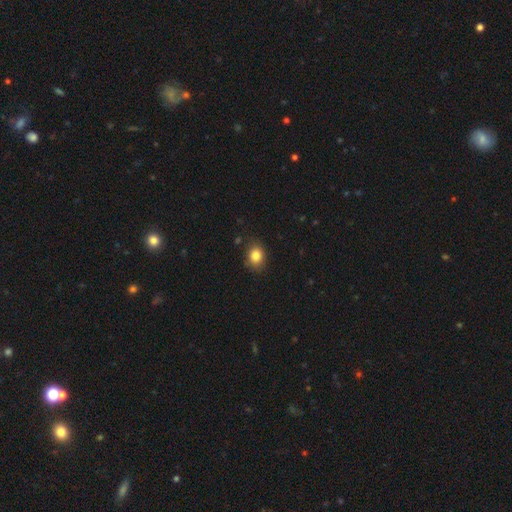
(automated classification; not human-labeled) Smooth or featured? Predicted: smooth (p=0.84). How rounded? Predicted: round (p=0.51). Merging? Predicted: none (p=0.82).